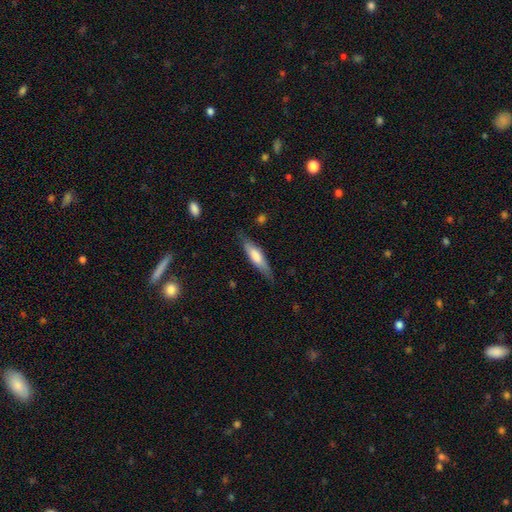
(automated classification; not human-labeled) smooth 62%, featured or disk 32%, star or artifact 6%. Down the decision tree: how rounded — cigar-shaped (71%); merging — none (77%).